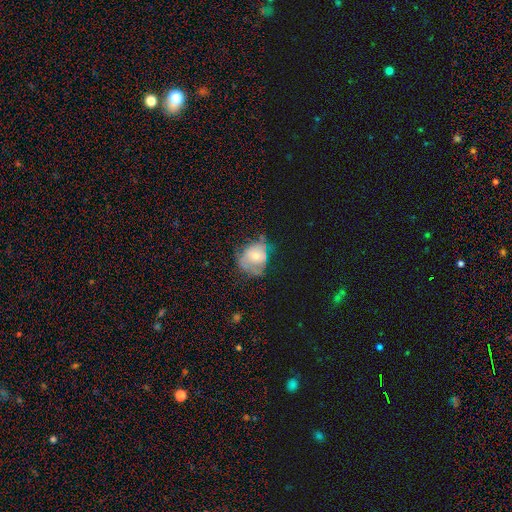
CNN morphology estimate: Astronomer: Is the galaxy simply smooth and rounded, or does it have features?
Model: smooth — 48% (runner-up: featured or disk, 43%).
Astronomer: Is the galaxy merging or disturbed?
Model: none — 37% (runner-up: minor disturbance, 33%).